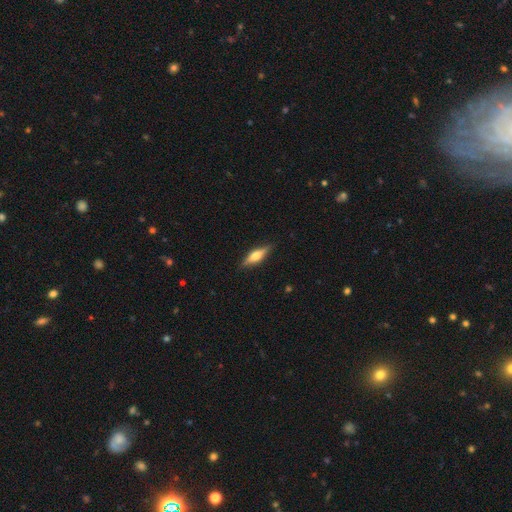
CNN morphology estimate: Smooth or featured: featured or disk — 53% (smooth — 41%)
Edge-on disk: yes — 95% (no — 5%)
Merging: none — 88% (minor disturbance — 9%)